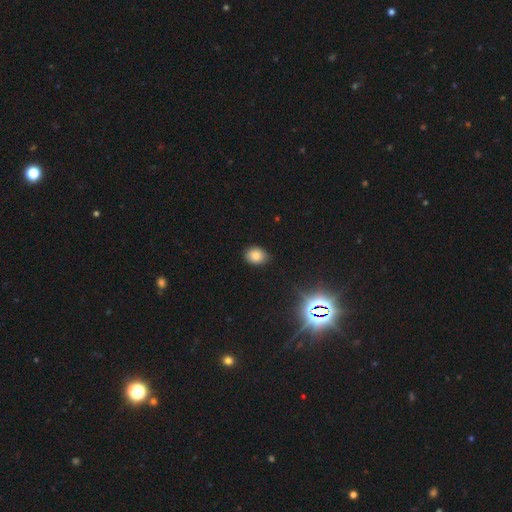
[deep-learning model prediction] Smooth or featured?
  - smooth: 81% *
  - star or artifact: 13%
  - featured or disk: 6%
How rounded?
  - in between: 62% *
  - round: 37%
  - cigar-shaped: 1%
Merging?
  - none: 82% *
  - minor disturbance: 14%
  - major disturbance: 2%
  - merger: 1%